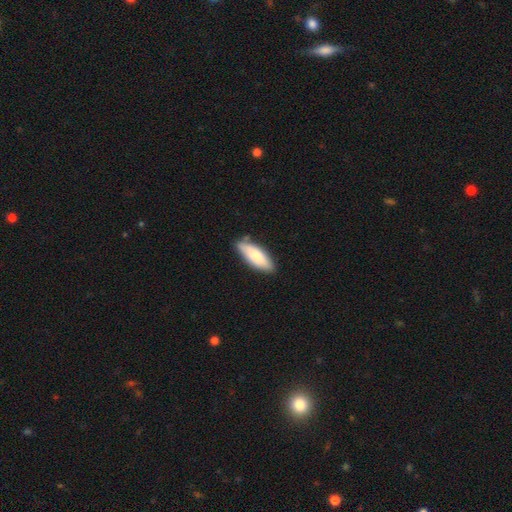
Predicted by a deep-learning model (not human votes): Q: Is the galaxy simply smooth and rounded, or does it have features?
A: smooth — 79%.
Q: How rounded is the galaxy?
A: in between — 63%.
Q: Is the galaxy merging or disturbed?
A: none — 79%.